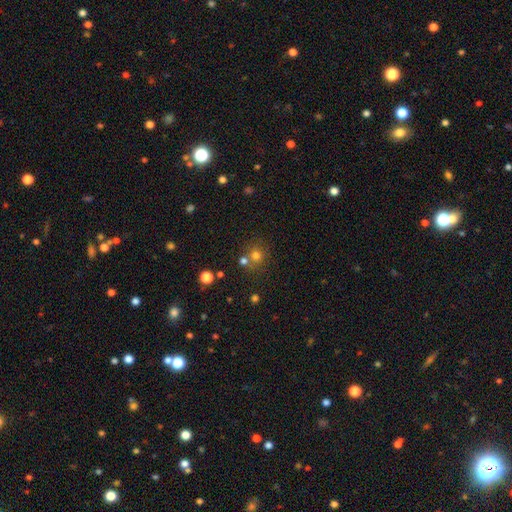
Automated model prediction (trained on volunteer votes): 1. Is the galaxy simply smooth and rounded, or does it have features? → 71% smooth, 19% star or artifact, 10% featured or disk.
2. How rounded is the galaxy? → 87% round, 12% in between, 1% cigar-shaped.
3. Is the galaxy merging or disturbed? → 65% none, 23% merger, 8% minor disturbance, 3% major disturbance.